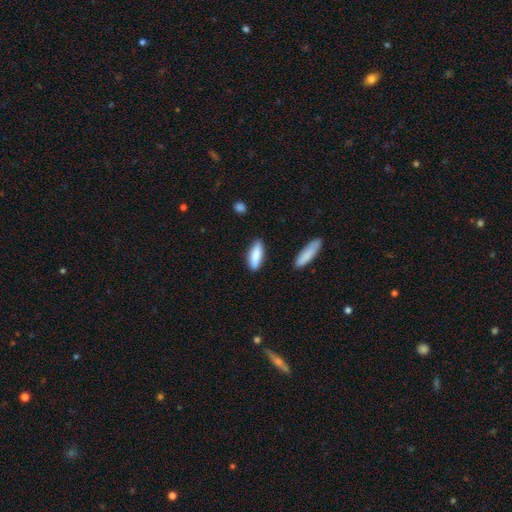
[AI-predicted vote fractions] The model was most divided on "how rounded": in between: 56%, cigar-shaped: 42%, round: 2%. More confident: smooth or featured — smooth (84%); merging — none (83%).